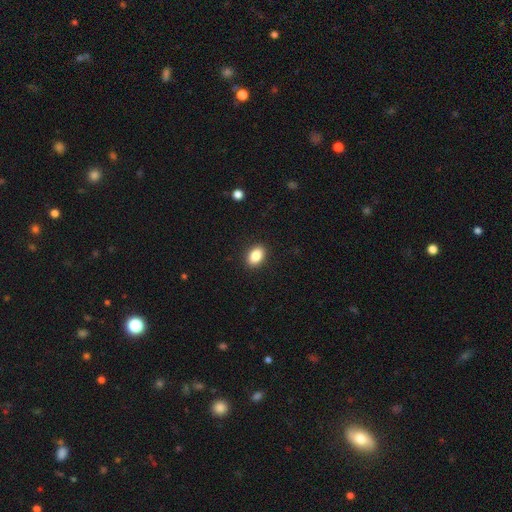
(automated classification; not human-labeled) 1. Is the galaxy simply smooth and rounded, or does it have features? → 86% smooth, 8% star or artifact, 6% featured or disk.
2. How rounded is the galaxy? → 84% in between, 14% round, 2% cigar-shaped.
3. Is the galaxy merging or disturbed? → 90% none, 7% minor disturbance, 2% major disturbance, 1% merger.